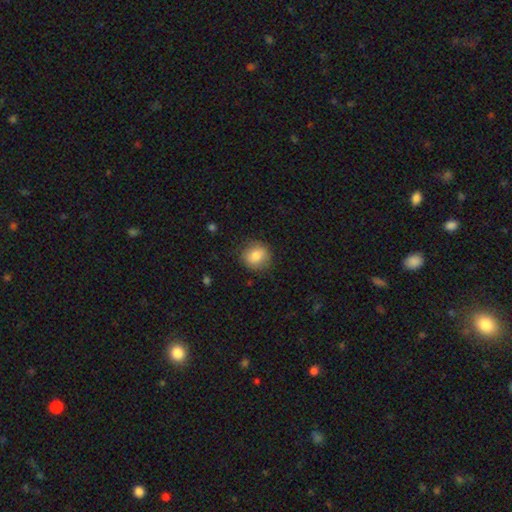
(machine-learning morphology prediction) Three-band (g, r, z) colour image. It shows a smooth galaxy with no disk features (83%) that is round (87%). Merging: none (84%).